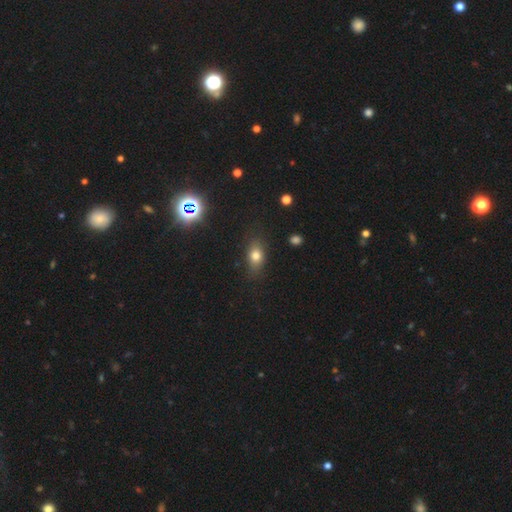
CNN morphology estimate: A smooth galaxy with no disk features (74%) that is in between round and cigar-shaped (74%).

Vote fractions:
- Smooth or featured? smooth: 74% / star or artifact: 14% / featured or disk: 12%
- How rounded? in between: 74% / round: 21% / cigar-shaped: 6%
- Merging? none: 79% / minor disturbance: 15% / major disturbance: 4% / merger: 2%